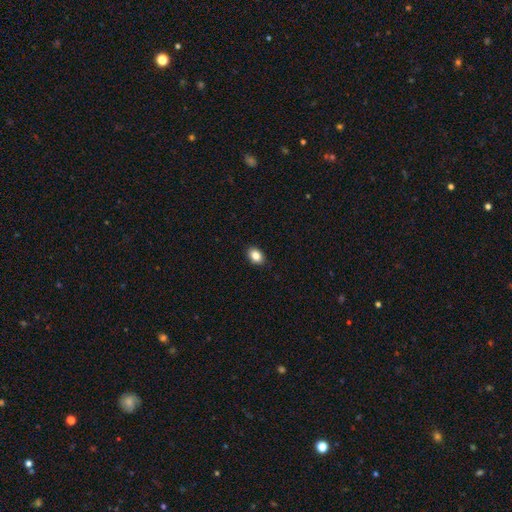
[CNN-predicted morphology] The model was most divided on "how rounded": in between: 76%, round: 23%, cigar-shaped: 1%. More confident: merging — none (90%); smooth or featured — smooth (86%).